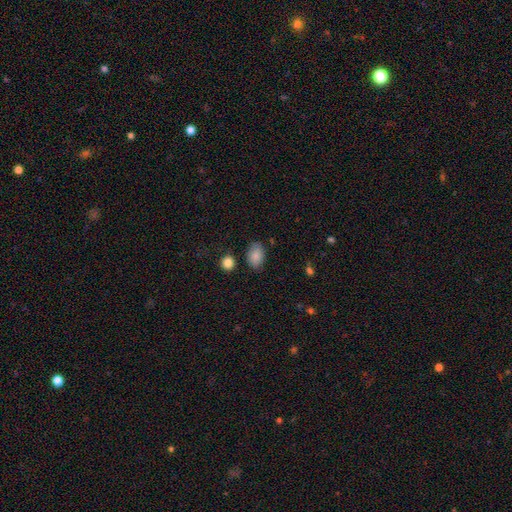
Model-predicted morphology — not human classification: The model was most divided on "merging": none: 78%, minor disturbance: 16%, major disturbance: 3%, merger: 3%. More confident: how rounded — in between (87%); smooth or featured — smooth (87%).